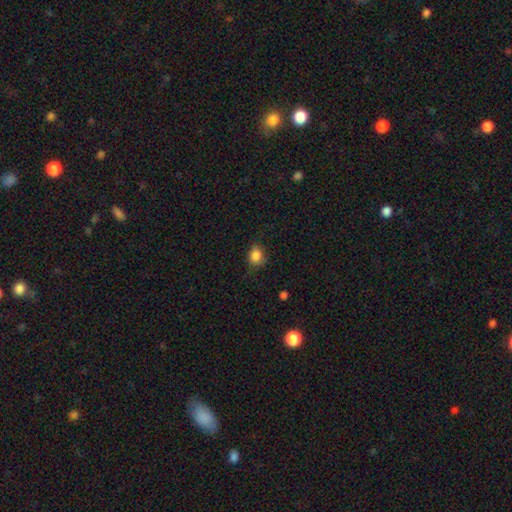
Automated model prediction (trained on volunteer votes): smooth-or-featured: smooth: 85% | star or artifact: 10% | featured or disk: 5%
  how-rounded: round: 50% | in between: 49% | cigar-shaped: 1%
  merging: none: 69% | minor disturbance: 23% | major disturbance: 6% | merger: 1%